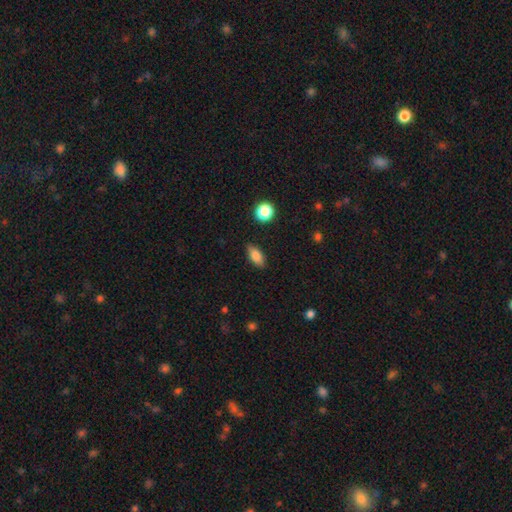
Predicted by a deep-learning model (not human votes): smooth_or_featured: smooth (p=0.82) [alt: featured or disk p=0.09]
how_rounded: in between (p=0.84) [alt: cigar-shaped p=0.10]
merging: none (p=0.85) [alt: minor disturbance p=0.11]